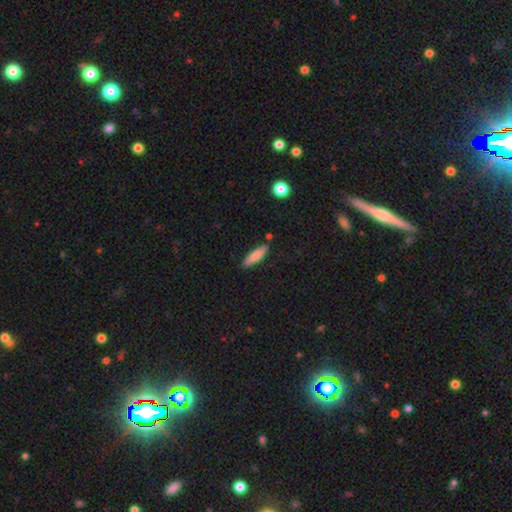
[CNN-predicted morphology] smooth-or-featured: smooth: 77% | featured or disk: 16% | star or artifact: 7%
  how-rounded: cigar-shaped: 66% | in between: 32% | round: 2%
  merging: none: 84% | minor disturbance: 11% | merger: 3% | major disturbance: 2%